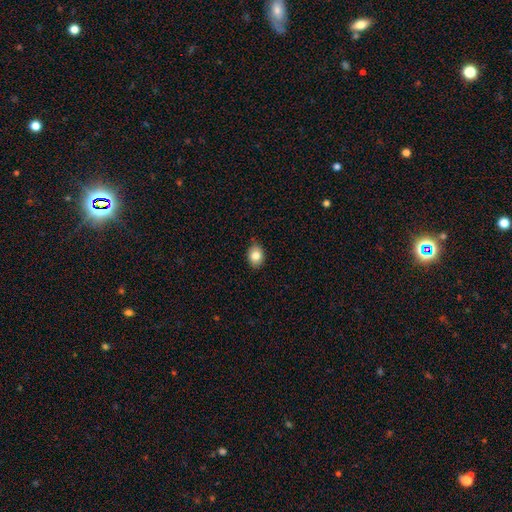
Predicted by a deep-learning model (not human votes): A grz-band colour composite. It shows a smooth galaxy with no disk features (83%) that is in between round and cigar-shaped (63%). Merging: none (86%).